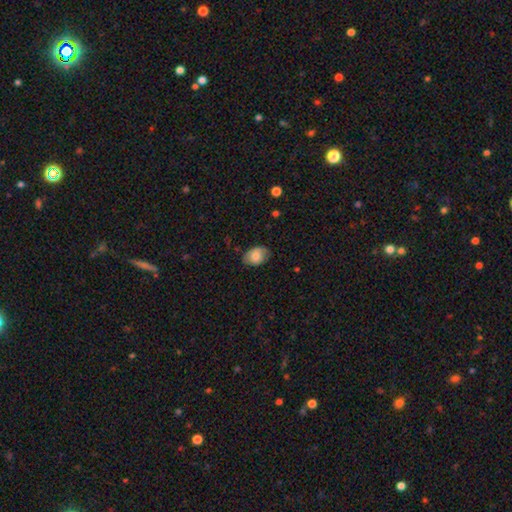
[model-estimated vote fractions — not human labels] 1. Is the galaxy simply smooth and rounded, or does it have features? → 77% smooth, 15% featured or disk, 8% star or artifact.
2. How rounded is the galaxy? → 78% in between, 21% round, 1% cigar-shaped.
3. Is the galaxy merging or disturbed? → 71% none, 23% minor disturbance, 5% major disturbance, 1% merger.